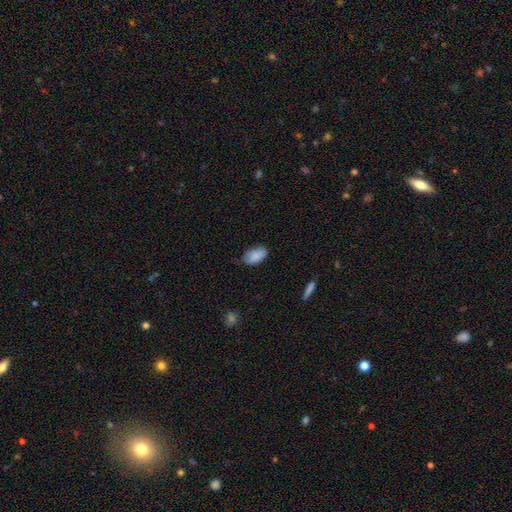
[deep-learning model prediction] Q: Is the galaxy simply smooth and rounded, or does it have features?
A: smooth — 87%.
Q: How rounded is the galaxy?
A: in between — 94%.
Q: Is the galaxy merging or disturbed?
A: none — 71%.